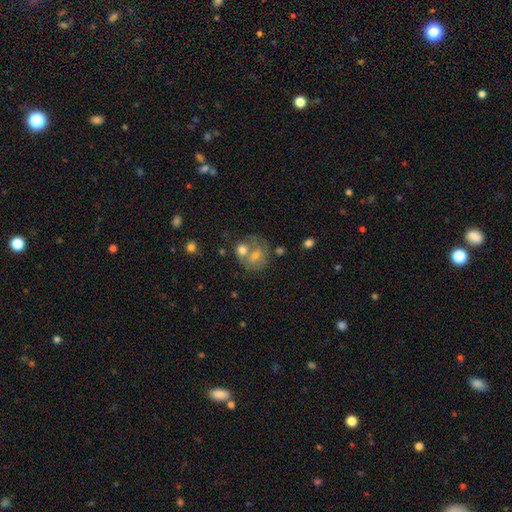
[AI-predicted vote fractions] smooth_or_featured: smooth (p=0.57) [alt: featured or disk p=0.33]
how_rounded: round (p=0.66) [alt: in between p=0.33]
merging: merger (p=0.53) [alt: none p=0.29]